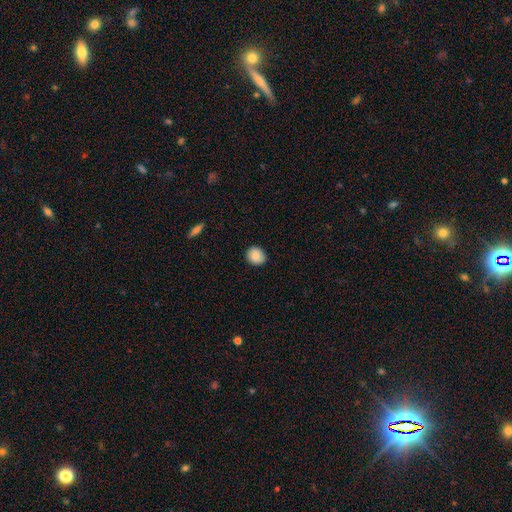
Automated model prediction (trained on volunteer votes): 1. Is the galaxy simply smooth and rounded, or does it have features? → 87% smooth, 8% star or artifact, 5% featured or disk.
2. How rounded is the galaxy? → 79% round, 20% in between, 1% cigar-shaped.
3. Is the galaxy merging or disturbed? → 89% none, 8% minor disturbance, 2% major disturbance, 1% merger.